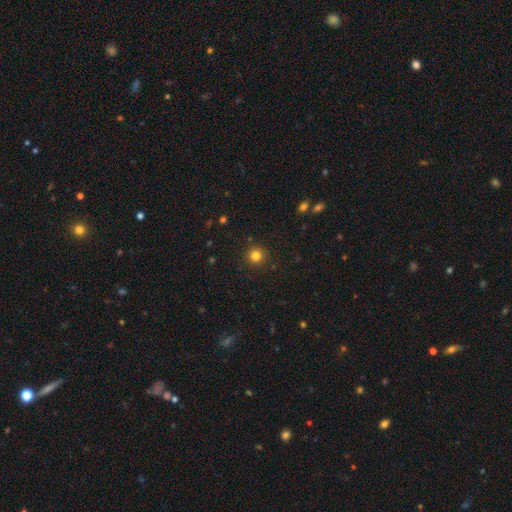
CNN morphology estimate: smooth_or_featured: smooth (p=0.81) [alt: star or artifact p=0.14]
how_rounded: round (p=0.95) [alt: in between p=0.04]
merging: none (p=0.92) [alt: minor disturbance p=0.05]